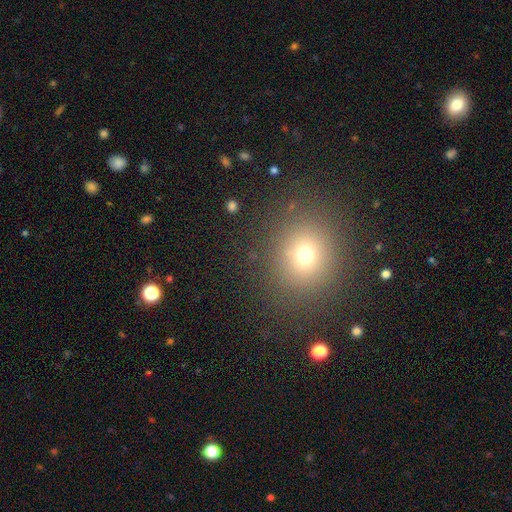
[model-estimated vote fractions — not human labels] Q: Smooth or featured?
A: smooth (64%); runner-up: star or artifact (27%)
Q: How rounded?
A: round (78%); runner-up: in between (20%)
Q: Merging?
A: none (89%); runner-up: minor disturbance (6%)